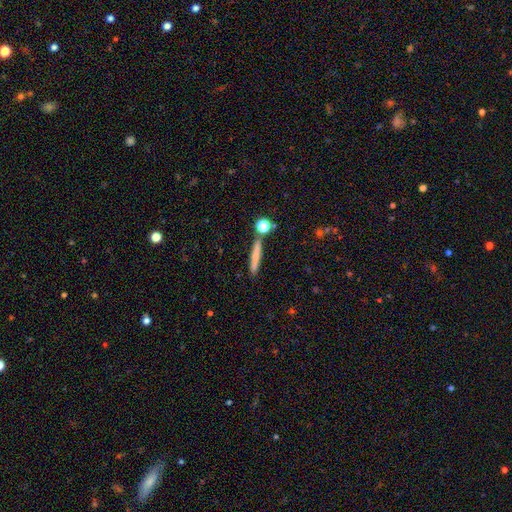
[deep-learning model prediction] Smooth or featured: smooth — 67% (featured or disk — 24%)
How rounded: cigar-shaped — 89% (in between — 7%)
Merging: none — 78% (minor disturbance — 10%)